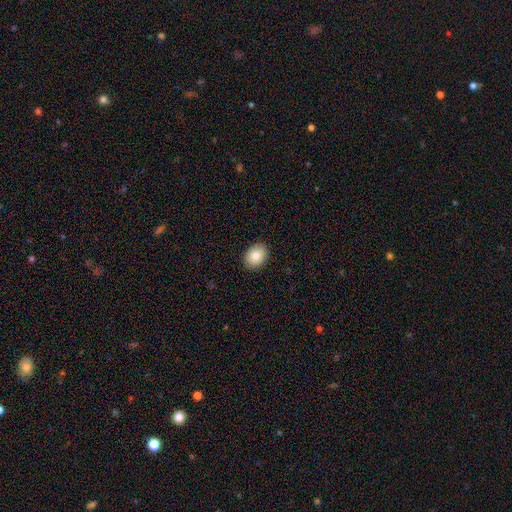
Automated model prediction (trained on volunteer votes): This appears to be a smooth galaxy with no disk features (85%) that is in between round and cigar-shaped (67%). Merging: none (91%).